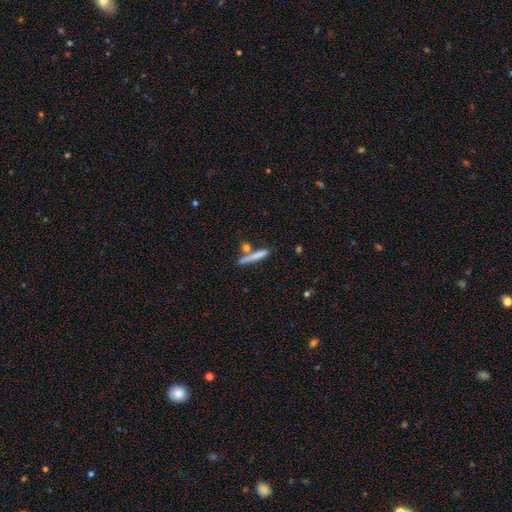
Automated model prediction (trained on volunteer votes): The model was most divided on "merging": none: 66%, merger: 18%, minor disturbance: 12%, major disturbance: 4%. More confident: how rounded — cigar-shaped (87%); smooth or featured — smooth (71%).